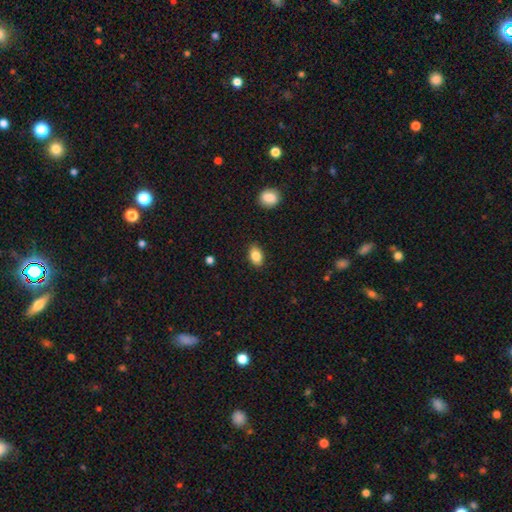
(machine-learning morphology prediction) A smooth galaxy with no disk features (85%) that is in between round and cigar-shaped (86%). Merging: none (87%).